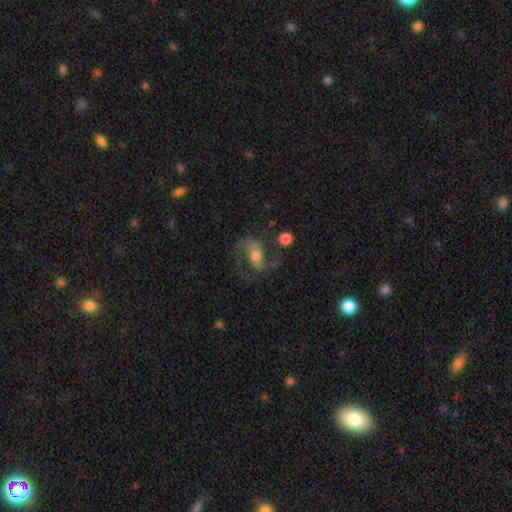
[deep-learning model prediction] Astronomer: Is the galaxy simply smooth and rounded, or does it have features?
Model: featured or disk — 83%.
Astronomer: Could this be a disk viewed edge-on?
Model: no — 97%.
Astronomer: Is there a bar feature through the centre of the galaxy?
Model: weak — 40% (runner-up: no, 31%).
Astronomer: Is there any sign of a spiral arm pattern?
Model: yes — 95%.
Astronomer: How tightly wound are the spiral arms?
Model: medium — 55% (runner-up: loose, 32%).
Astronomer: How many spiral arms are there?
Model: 2 — 89%.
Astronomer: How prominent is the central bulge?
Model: moderate — 58%.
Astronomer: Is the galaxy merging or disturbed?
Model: none — 67%.